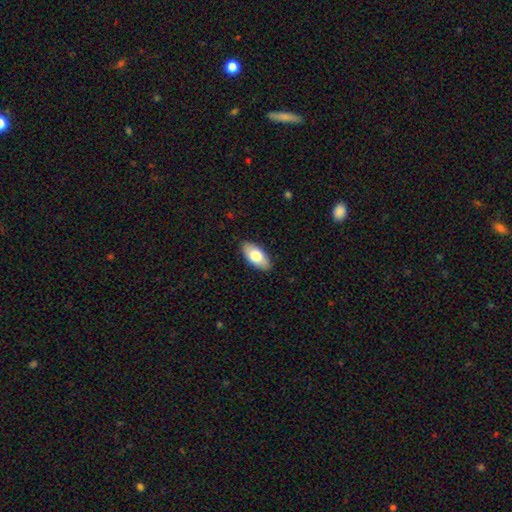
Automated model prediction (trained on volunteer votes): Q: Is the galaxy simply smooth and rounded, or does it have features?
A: smooth — 75%.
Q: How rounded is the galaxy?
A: in between — 92%.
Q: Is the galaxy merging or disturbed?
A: none — 88%.